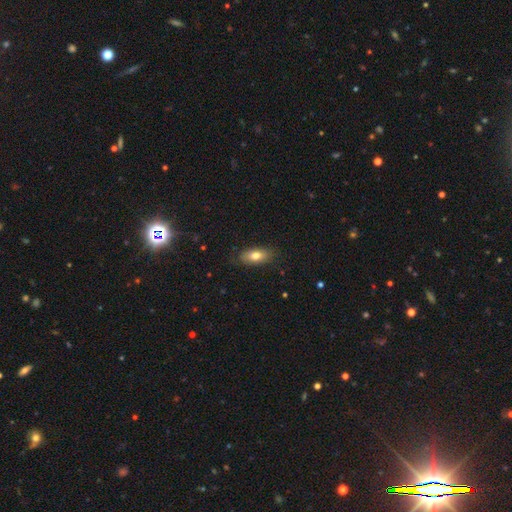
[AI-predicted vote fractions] This appears to be a smooth galaxy with no disk features (77%) that is in between round and cigar-shaped (84%). Merging: none (82%).